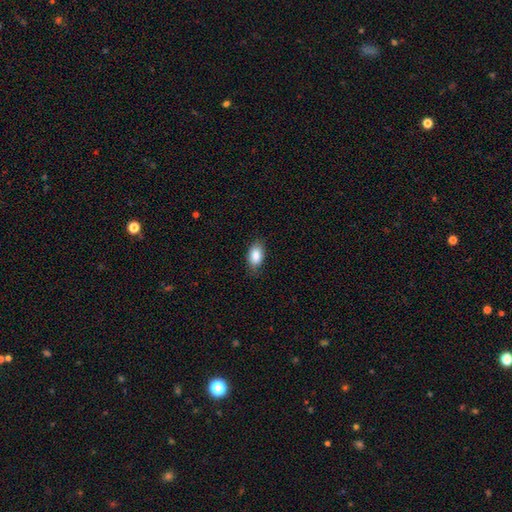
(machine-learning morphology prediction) Smooth or featured: smooth — 87% (star or artifact — 7%)
How rounded: in between — 92% (round — 6%)
Merging: none — 81% (minor disturbance — 15%)